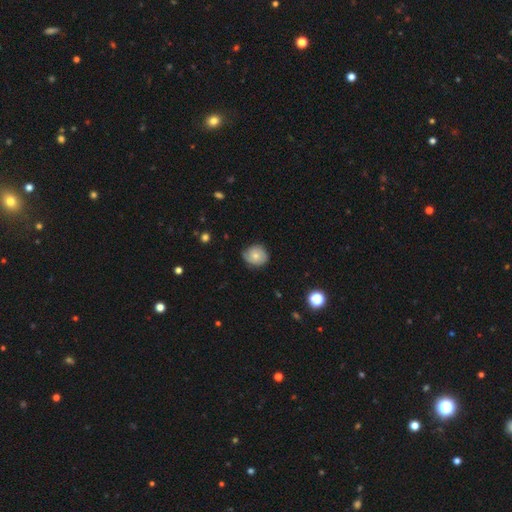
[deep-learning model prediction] Smooth or featured: smooth — 52% (featured or disk — 40%)
How rounded: round — 77% (in between — 22%)
Merging: none — 70% (minor disturbance — 24%)